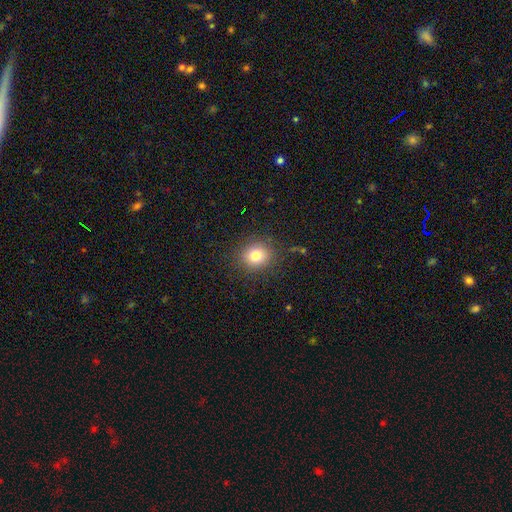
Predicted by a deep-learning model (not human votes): Smooth or featured? Predicted: smooth (p=0.79). How rounded? Predicted: round (p=0.80). Merging? Predicted: none (p=0.87).